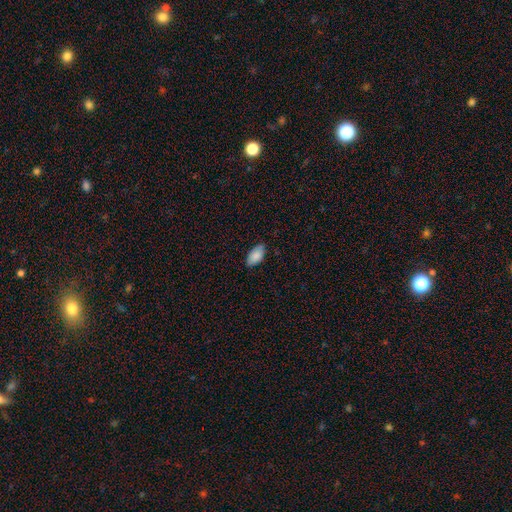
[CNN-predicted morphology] Smooth or featured: smooth — 87% (featured or disk — 6%)
How rounded: in between — 94% (cigar-shaped — 3%)
Merging: none — 79% (minor disturbance — 17%)